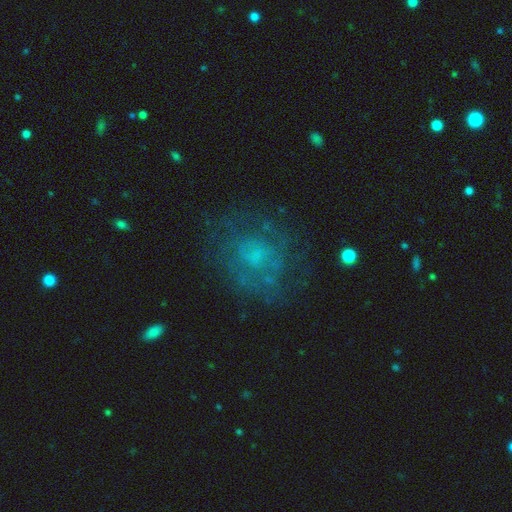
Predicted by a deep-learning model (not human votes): Morphology: type=featured or disk (55%); edge-on=no (97%); bar=no (82%); spiral arms=no (51%); bulge=small (36%); merging=none (68%).